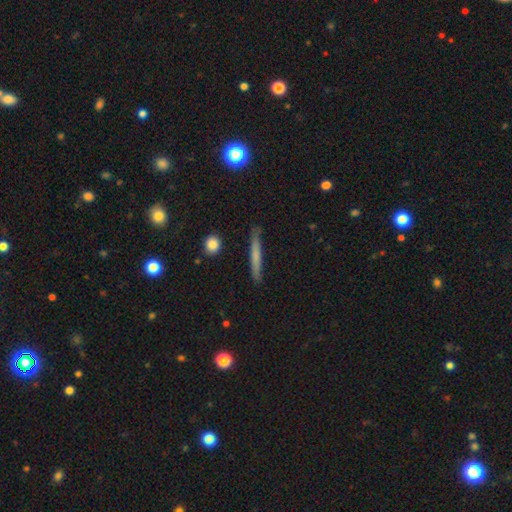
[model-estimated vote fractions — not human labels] Morphology: type=smooth (60%); roundness=cigar-shaped (95%); merging=none (87%).